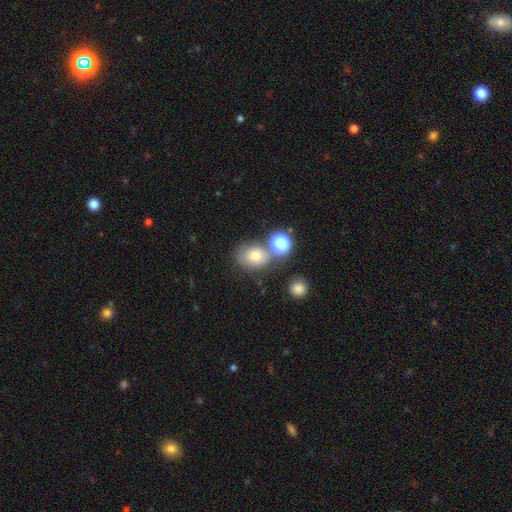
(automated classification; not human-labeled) A smooth galaxy with no disk features (72%) that is in between round and cigar-shaped (53%). Merging: none (57%).